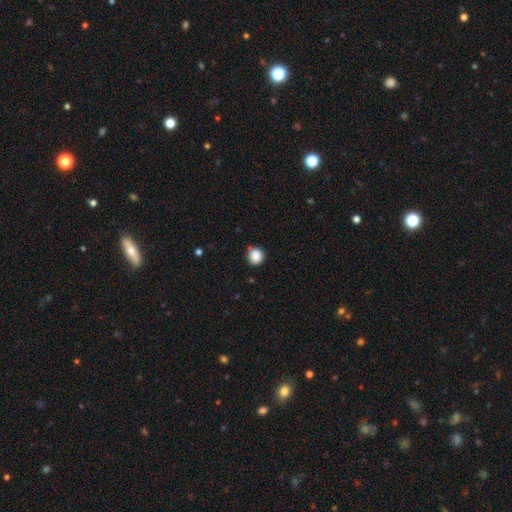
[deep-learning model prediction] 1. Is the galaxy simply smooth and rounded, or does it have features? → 87% smooth, 10% star or artifact, 3% featured or disk.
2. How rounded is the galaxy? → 86% round, 13% in between, 1% cigar-shaped.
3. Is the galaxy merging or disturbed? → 77% none, 17% minor disturbance, 3% major disturbance, 3% merger.